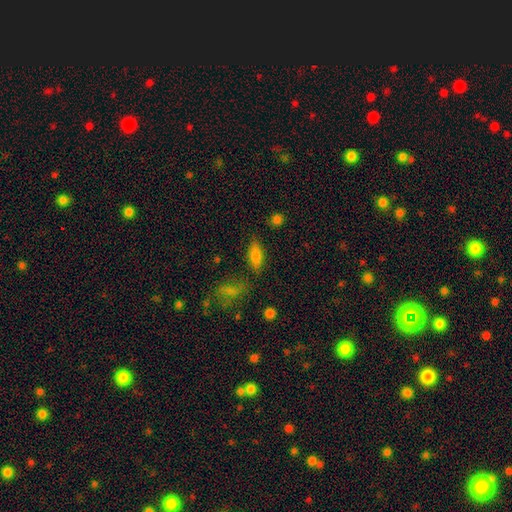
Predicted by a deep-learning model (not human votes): A smooth galaxy with no disk features (79%) that is in between round and cigar-shaped (79%).

Vote fractions:
- Smooth or featured? smooth: 79% / featured or disk: 11% / star or artifact: 9%
- How rounded? in between: 79% / cigar-shaped: 17% / round: 3%
- Merging? none: 75% / minor disturbance: 15% / merger: 5% / major disturbance: 5%